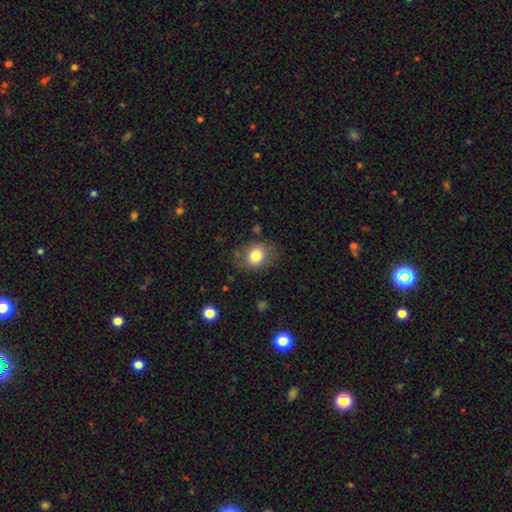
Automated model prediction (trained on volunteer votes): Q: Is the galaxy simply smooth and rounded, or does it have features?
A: smooth — 78%.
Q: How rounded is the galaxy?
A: in between — 58%.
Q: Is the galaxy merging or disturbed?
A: none — 73%.